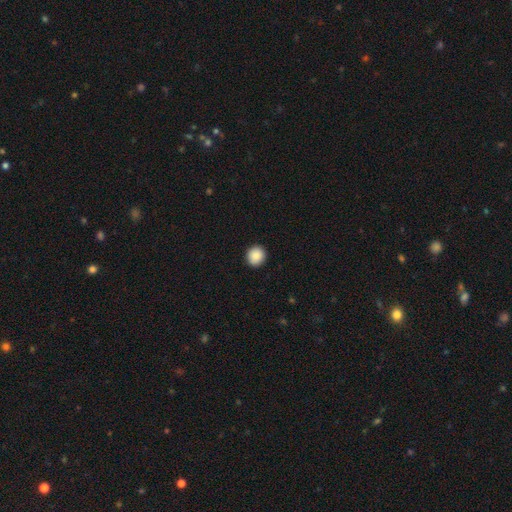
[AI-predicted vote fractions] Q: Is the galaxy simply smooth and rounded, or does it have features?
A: smooth — 88%.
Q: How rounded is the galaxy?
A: round — 89%.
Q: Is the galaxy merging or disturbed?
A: none — 92%.